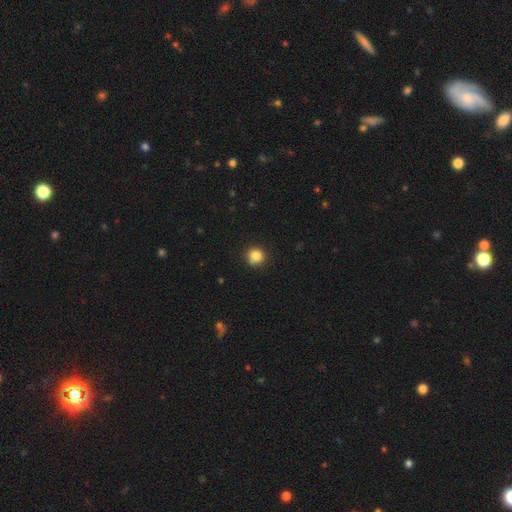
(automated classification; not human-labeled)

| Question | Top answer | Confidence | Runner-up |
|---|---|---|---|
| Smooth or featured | smooth | 84% | star or artifact (11%) |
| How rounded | round | 91% | in between (8%) |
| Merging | none | 83% | minor disturbance (13%) |